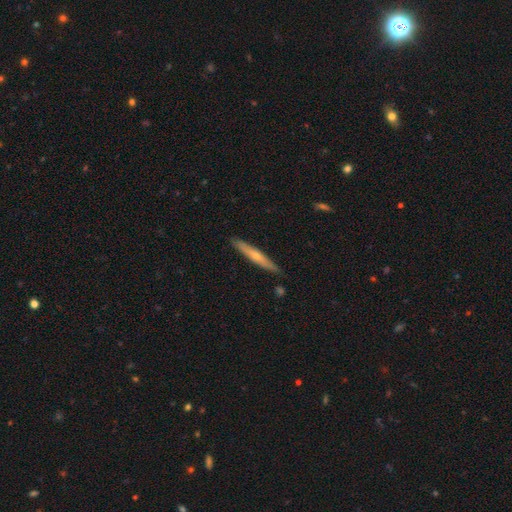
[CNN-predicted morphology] This is possibly a featured or disk galaxy (48%). Merging: clearly none (89%).